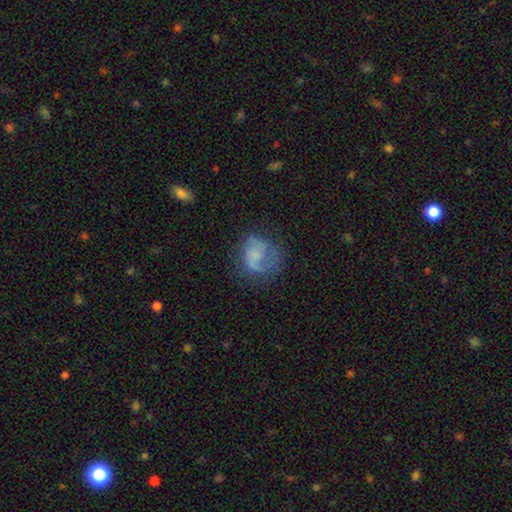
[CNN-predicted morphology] smooth 49%, featured or disk 40%, star or artifact 11%. Down the decision tree: merging — none (42%).